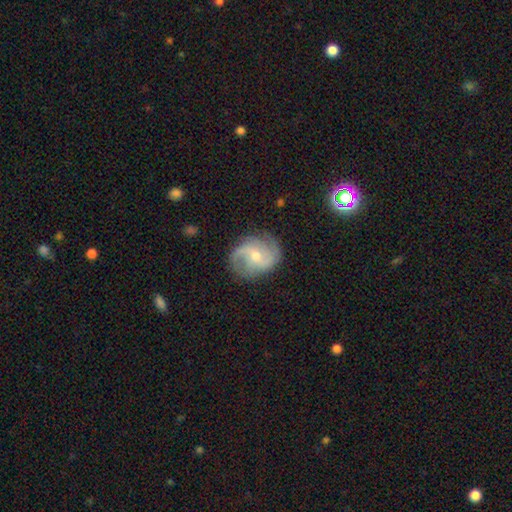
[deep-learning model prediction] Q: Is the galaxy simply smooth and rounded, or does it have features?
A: featured or disk — 82%.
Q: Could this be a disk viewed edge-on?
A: no — 97%.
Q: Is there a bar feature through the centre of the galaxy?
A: no — 45%.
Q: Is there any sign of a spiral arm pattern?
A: yes — 96%.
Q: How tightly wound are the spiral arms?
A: medium — 47%.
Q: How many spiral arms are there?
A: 2 — 66%.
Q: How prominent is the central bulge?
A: small — 51%.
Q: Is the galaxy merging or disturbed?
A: none — 77%.